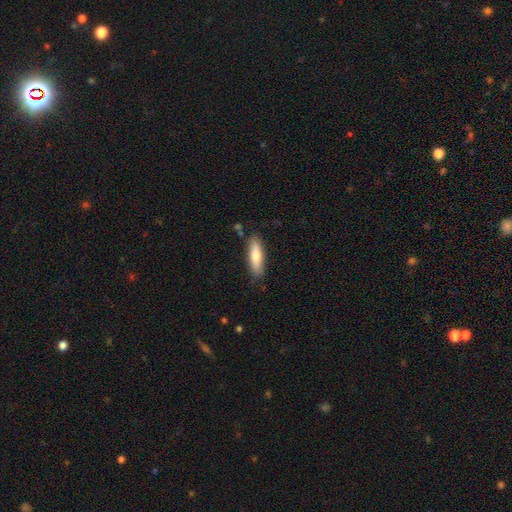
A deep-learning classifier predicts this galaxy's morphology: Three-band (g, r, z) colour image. It shows a smooth galaxy with no disk features (69%) that is cigar-shaped (59%). Merging: none (85%).